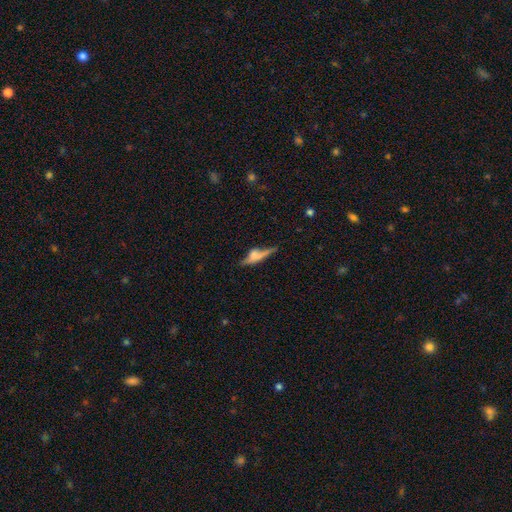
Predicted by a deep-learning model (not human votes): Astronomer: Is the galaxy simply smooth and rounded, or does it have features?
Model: smooth — 46% (runner-up: featured or disk, 45%).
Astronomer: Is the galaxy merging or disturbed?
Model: none — 48%.